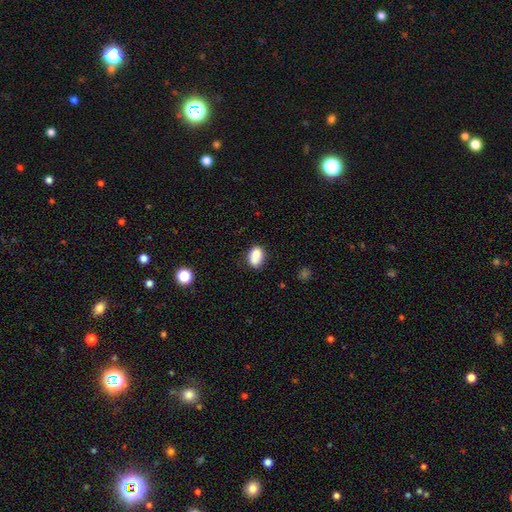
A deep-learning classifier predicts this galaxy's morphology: This is clearly a smooth galaxy (84%). How rounded: clearly in between (81%). Merging: likely none (67%).